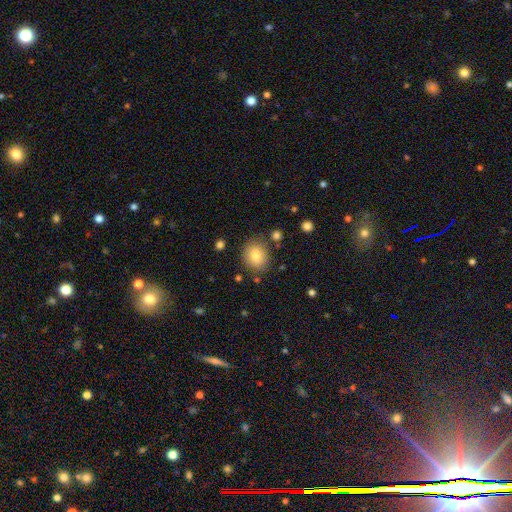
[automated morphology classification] smooth 80%, featured or disk 10%, star or artifact 9%. Down the decision tree: how rounded — round (65%); merging — none (81%).